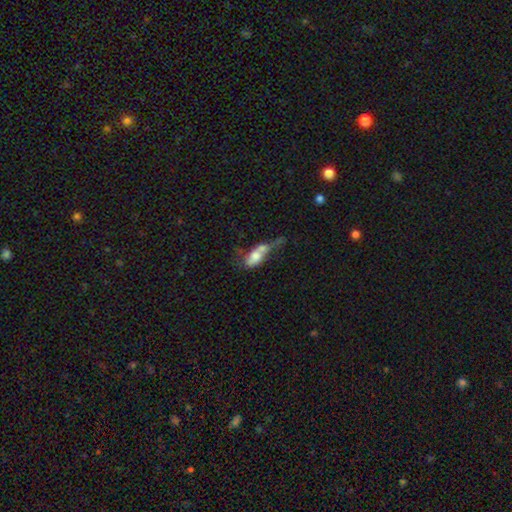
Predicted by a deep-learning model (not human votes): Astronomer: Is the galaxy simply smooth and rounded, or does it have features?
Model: smooth — 59%.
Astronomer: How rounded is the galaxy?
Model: in between — 76%.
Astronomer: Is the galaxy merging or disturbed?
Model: merger — 45% (runner-up: major disturbance, 25%).